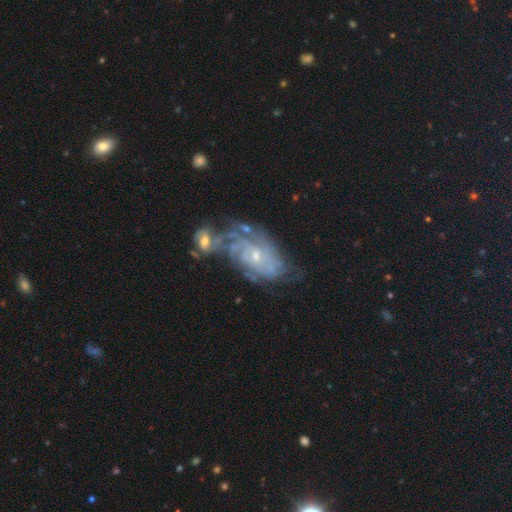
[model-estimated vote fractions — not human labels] smooth_or_featured: featured or disk (p=0.79) [alt: smooth p=0.12]
disk_edge_on: no (p=0.95) [alt: yes p=0.05]
bar: no (p=0.72) [alt: weak p=0.23]
has_spiral_arms: yes (p=0.90) [alt: no p=0.10]
spiral_winding: tight (p=0.68) [alt: medium p=0.24]
spiral_arm_count: can't tell (p=0.51) [alt: 2 p=0.16]
bulge_size: small (p=0.70) [alt: moderate p=0.25]
merging: none (p=0.35) [alt: merger p=0.33]